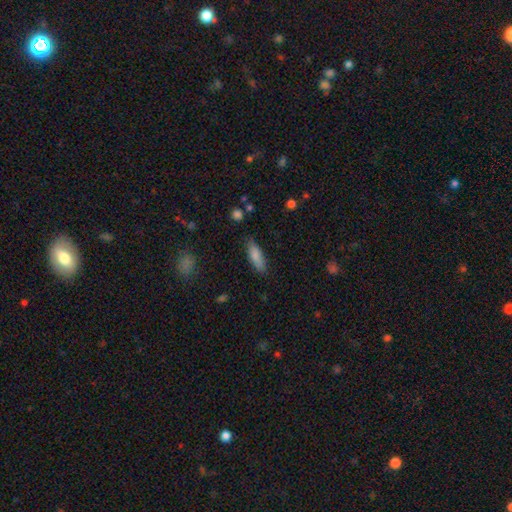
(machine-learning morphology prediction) This is clearly a smooth galaxy (83%). How rounded: possibly in between (50%). Merging: clearly none (81%).